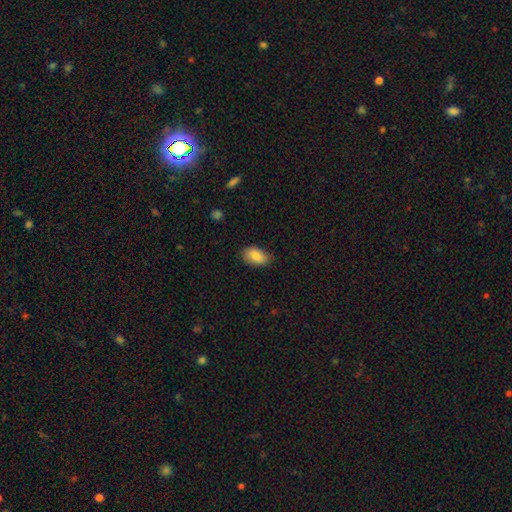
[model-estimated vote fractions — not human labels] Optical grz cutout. It shows a smooth galaxy with no disk features (86%) that is in between round and cigar-shaped (93%). Merging: none (76%).